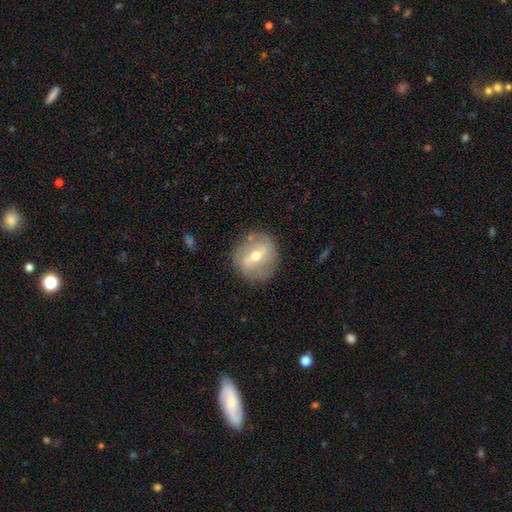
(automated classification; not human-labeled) smooth-or-featured: featured or disk: 70% | smooth: 23% | star or artifact: 7%
  disk-edge-on: no: 93% | yes: 7%
    bar: strong: 42% | weak: 41% | no: 17%
    has-spiral-arms: yes: 71% | no: 29%
    bulge-size: moderate: 62% | small: 34% | large: 3% | none: 1% | dominant: 1%
  merging: none: 81% | minor disturbance: 13% | major disturbance: 5% | merger: 2%